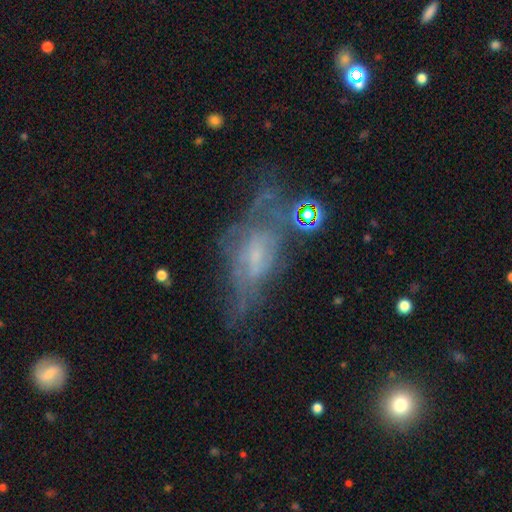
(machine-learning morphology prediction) Overall: featured or disk (62%; smooth 22%). Edge-on disk: no (78%). Merging: none (35%; major disturbance 34%).